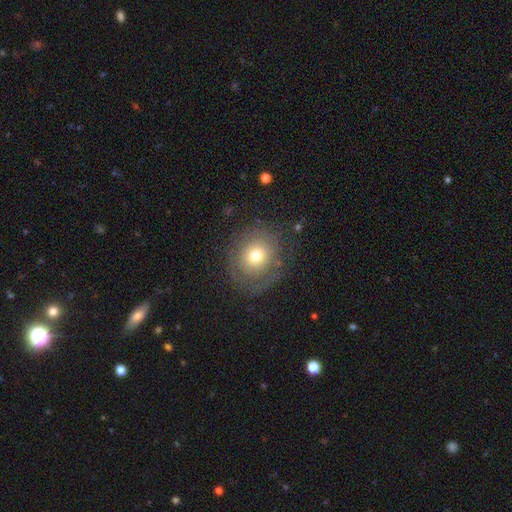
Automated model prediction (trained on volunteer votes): Smooth or featured? smooth (61%)
How rounded? round (73%)
Merging? none (72%)